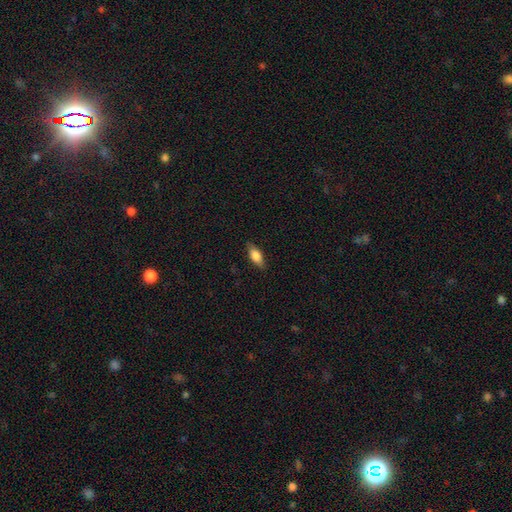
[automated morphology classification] Overall: smooth (75%). How rounded: in between (77%). Merging: none (85%).